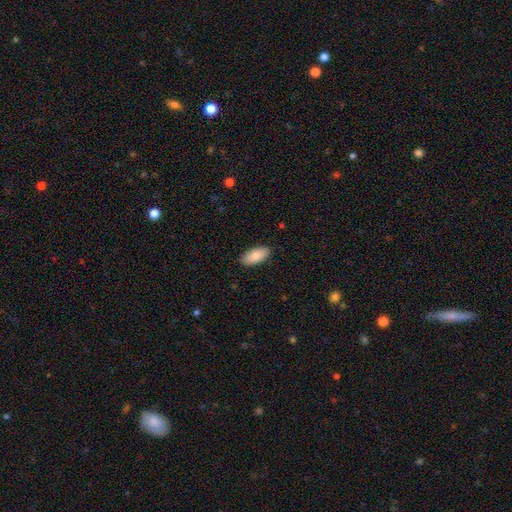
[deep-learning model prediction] smooth_or_featured: smooth (p=0.86) [alt: featured or disk p=0.08]
how_rounded: in between (p=0.90) [alt: cigar-shaped p=0.08]
merging: none (p=0.89) [alt: minor disturbance p=0.08]